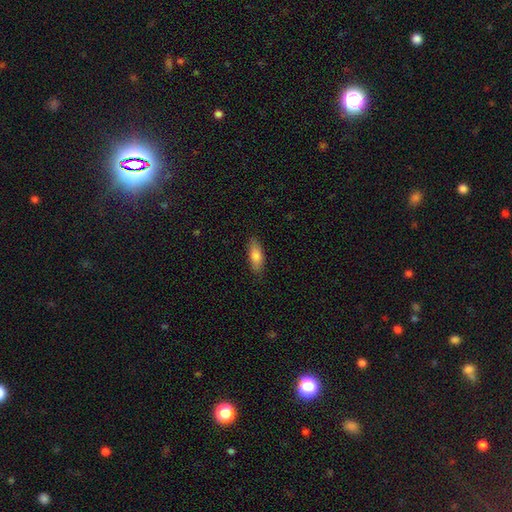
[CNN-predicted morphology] A smooth galaxy with no disk features (80%) that is in between round and cigar-shaped (70%).

Vote fractions:
- Smooth or featured? smooth: 80% / featured or disk: 14% / star or artifact: 7%
- How rounded? in between: 70% / cigar-shaped: 28% / round: 2%
- Merging? none: 86% / minor disturbance: 11% / major disturbance: 2% / merger: 1%